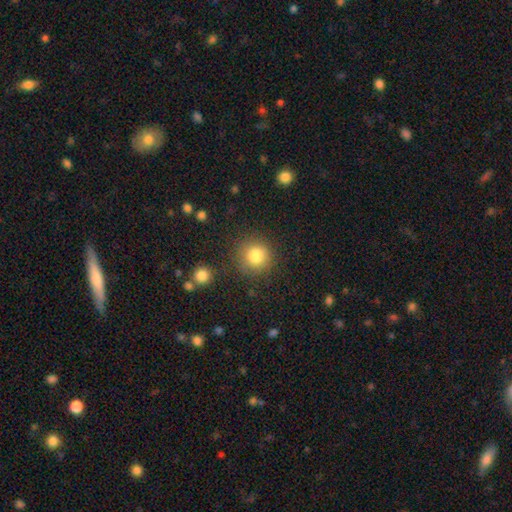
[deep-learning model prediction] Smooth or featured? smooth (83%)
How rounded? round (92%)
Merging? none (85%)